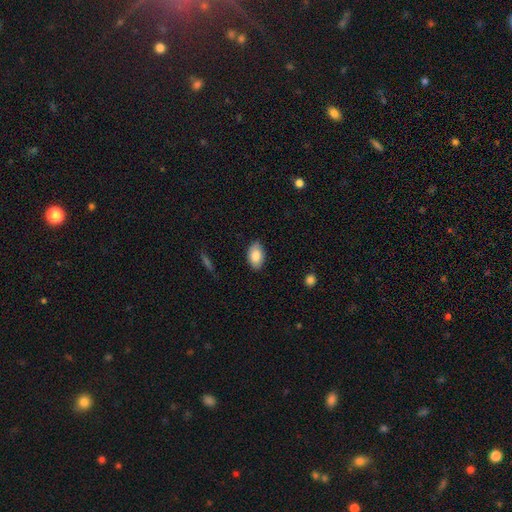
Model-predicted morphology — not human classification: This is clearly a smooth galaxy (84%). How rounded: clearly in between (92%). Merging: clearly none (81%).